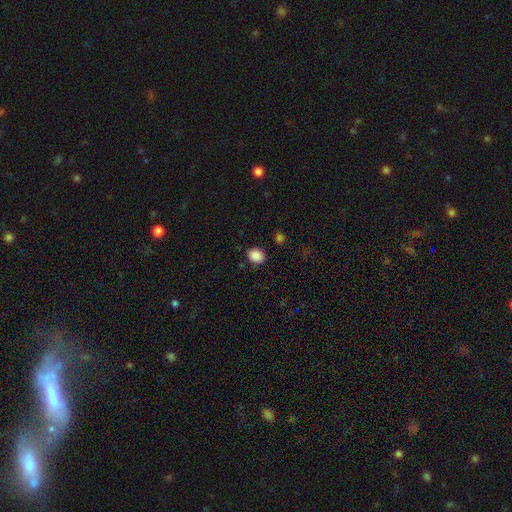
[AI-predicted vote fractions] Smooth or featured: smooth — 88% (star or artifact — 10%)
How rounded: round — 51% (in between — 48%)
Merging: none — 85% (minor disturbance — 10%)